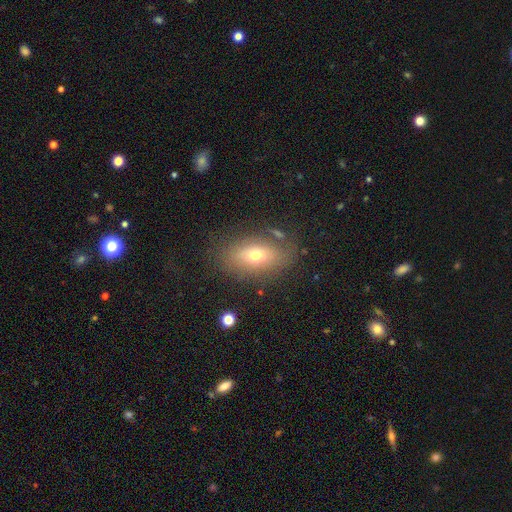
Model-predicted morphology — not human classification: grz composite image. It shows a smooth galaxy with no disk features (63%) that is in between round and cigar-shaped (84%). Merging: none (73%).